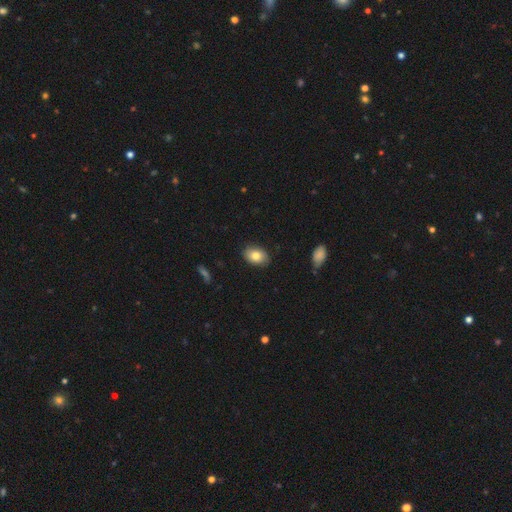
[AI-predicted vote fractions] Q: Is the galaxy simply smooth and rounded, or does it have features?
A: smooth — 81%.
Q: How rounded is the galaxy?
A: in between — 85%.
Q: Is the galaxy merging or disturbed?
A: none — 86%.